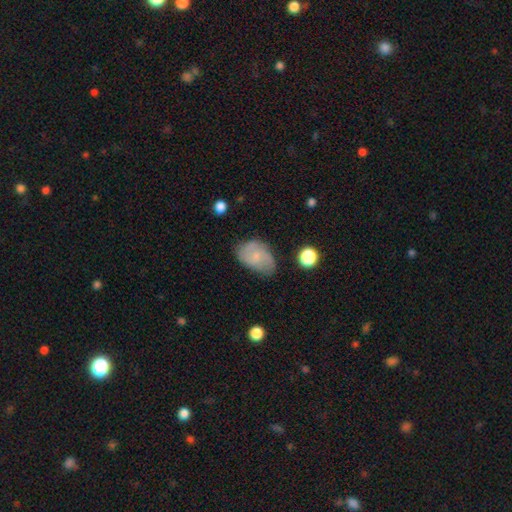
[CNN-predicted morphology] The model was most divided on "smooth or featured": smooth: 48%, featured or disk: 44%, star or artifact: 8%. More confident: merging — none (60%).